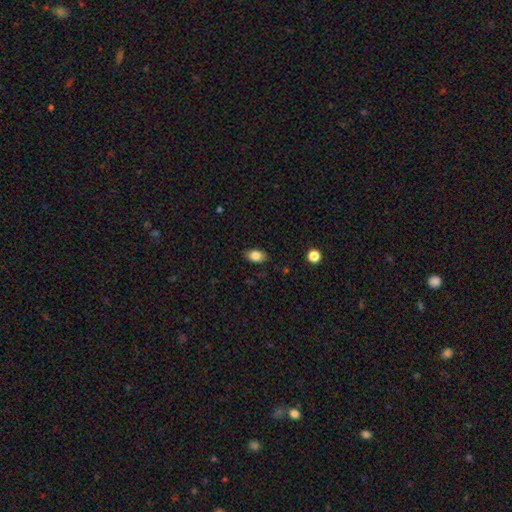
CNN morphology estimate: A smooth galaxy with no disk features (84%) that is in between round and cigar-shaped (86%). Merging: none (86%).